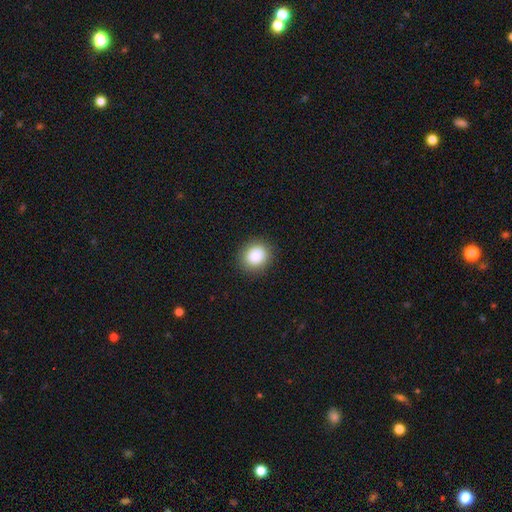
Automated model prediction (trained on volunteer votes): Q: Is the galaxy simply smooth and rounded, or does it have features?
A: smooth — 87%.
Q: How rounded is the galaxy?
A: round — 77%.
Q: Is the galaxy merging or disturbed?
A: none — 89%.